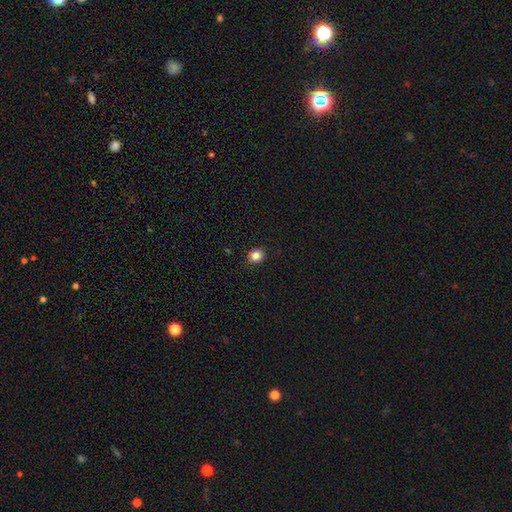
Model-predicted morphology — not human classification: Smooth or featured? smooth (84%)
How rounded? round (71%)
Merging? none (90%)